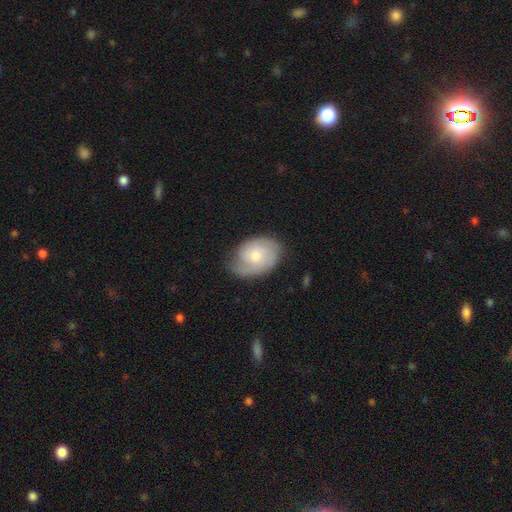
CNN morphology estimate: Overall: featured or disk (52%; smooth 41%). Edge-on disk: no (96%). Bar: no (77%). Spiral arms: yes (84%). Bulge size: moderate (49%; small 44%). Merging: none (64%; minor disturbance 27%).